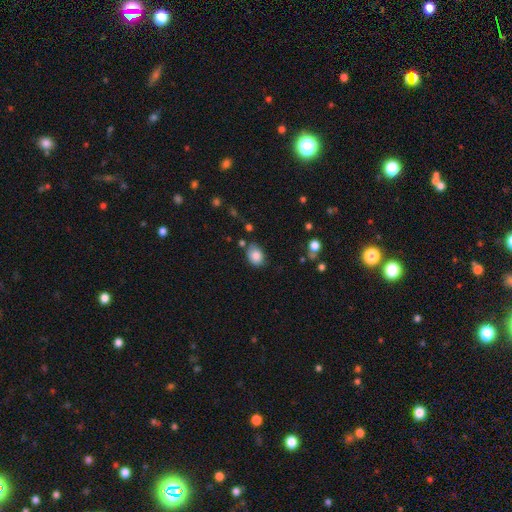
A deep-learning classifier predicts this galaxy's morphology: Smooth or featured? Predicted: smooth (p=0.85). How rounded? Predicted: in between (p=0.63). Merging? Predicted: none (p=0.72).